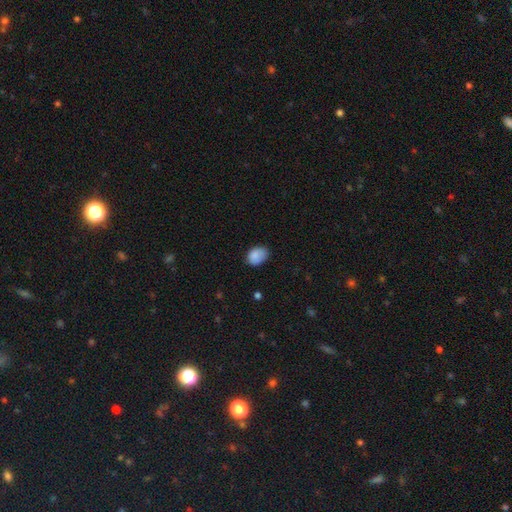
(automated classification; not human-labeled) Smooth or featured: smooth — 86% (star or artifact — 8%)
How rounded: in between — 75% (round — 24%)
Merging: none — 68% (minor disturbance — 26%)